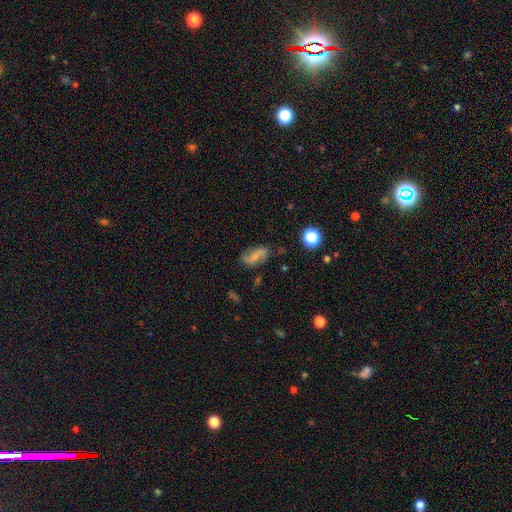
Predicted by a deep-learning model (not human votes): smooth-or-featured: featured or disk: 58% | smooth: 31% | star or artifact: 11%
  disk-edge-on: no: 96% | yes: 4%
    bar: weak: 40% | no: 35% | strong: 25%
    has-spiral-arms: yes: 90% | no: 10%
    bulge-size: none: 47% | small: 34% | moderate: 15% | large: 3% | dominant: 2%
  merging: none: 72% | minor disturbance: 19% | major disturbance: 7% | merger: 3%